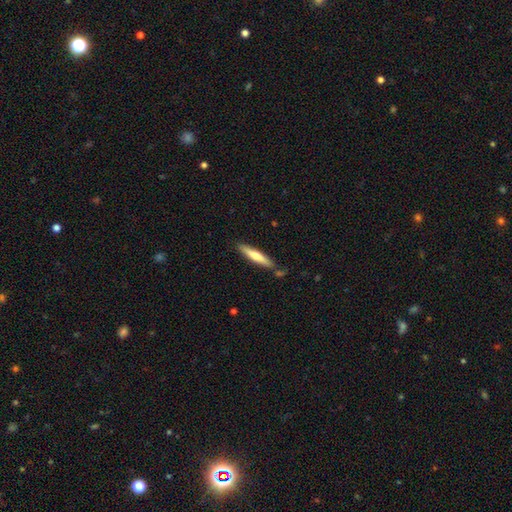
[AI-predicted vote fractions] Smooth or featured: smooth — 58% (featured or disk — 37%)
How rounded: cigar-shaped — 89% (in between — 10%)
Merging: none — 80% (minor disturbance — 13%)